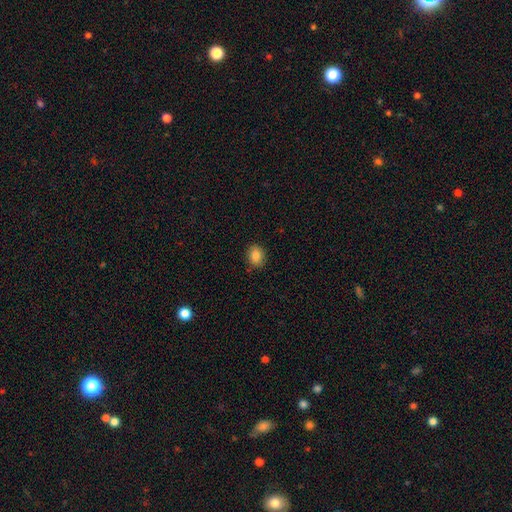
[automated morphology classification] type=smooth (84%); roundness=round (50%); merging=none (88%).